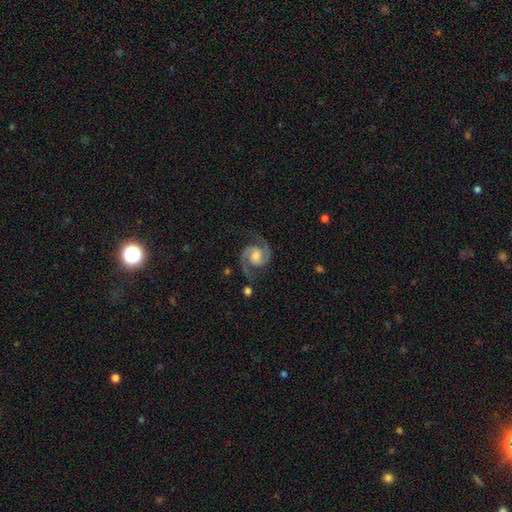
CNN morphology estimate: Q: Smooth or featured?
A: featured or disk (92%); runner-up: star or artifact (4%)
Q: Edge-on disk?
A: no (98%); runner-up: yes (2%)
Q: Bar?
A: no (50%); runner-up: weak (39%)
Q: Spiral arms?
A: yes (98%); runner-up: no (2%)
Q: Spiral winding?
A: medium (62%); runner-up: tight (24%)
Q: Spiral arm count?
A: 2 (95%); runner-up: can't tell (1%)
Q: Bulge size?
A: moderate (56%); runner-up: small (20%)
Q: Merging?
A: none (80%); runner-up: minor disturbance (13%)